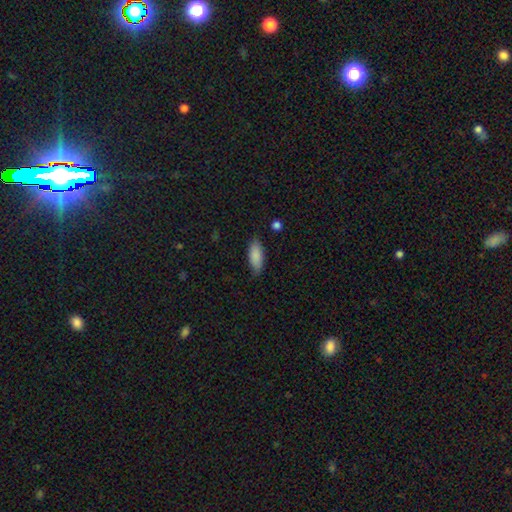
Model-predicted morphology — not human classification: This appears to be a smooth galaxy with no disk features (88%) that is in between round and cigar-shaped (79%). Merging: none (80%).